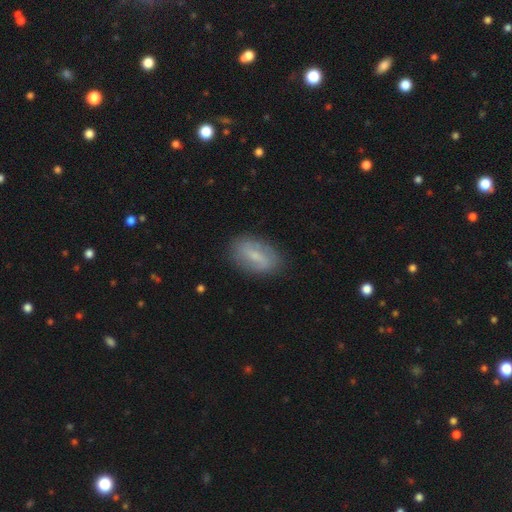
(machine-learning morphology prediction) Smooth or featured: featured or disk — 51% (smooth — 41%)
Edge-on disk: no — 93% (yes — 7%)
Merging: none — 82% (minor disturbance — 13%)